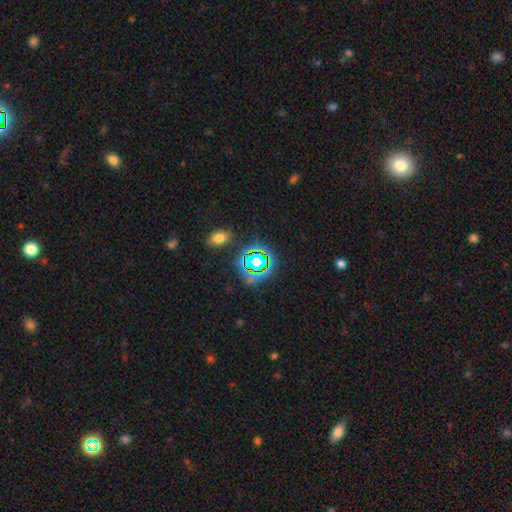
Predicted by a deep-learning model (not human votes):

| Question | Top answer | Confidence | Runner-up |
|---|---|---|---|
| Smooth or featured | star or artifact | 66% | smooth (23%) |